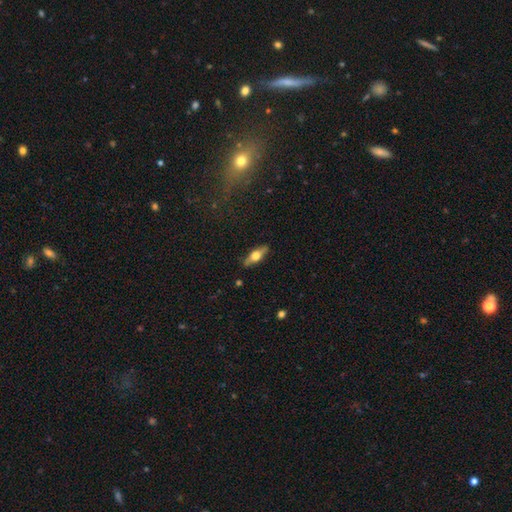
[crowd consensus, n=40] Smooth or featured?
  - featured or disk: 55% *
  - smooth: 42%
  - star or artifact: 2%
Edge-on disk?
  - yes: 73% *
  - no: 27%
Edge-on bulge?
  - rounded: 88% *
  - boxy: 6%
  - none: 6%
Merging?
  - none: 95% *
  - minor disturbance: 5%
  - major disturbance: 0%
  - merger: 0%